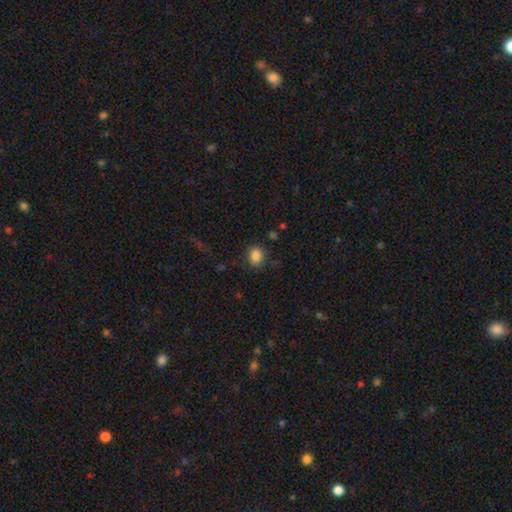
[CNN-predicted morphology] Smooth or featured: smooth — 85% (star or artifact — 10%)
How rounded: in between — 61% (round — 38%)
Merging: none — 77% (minor disturbance — 16%)